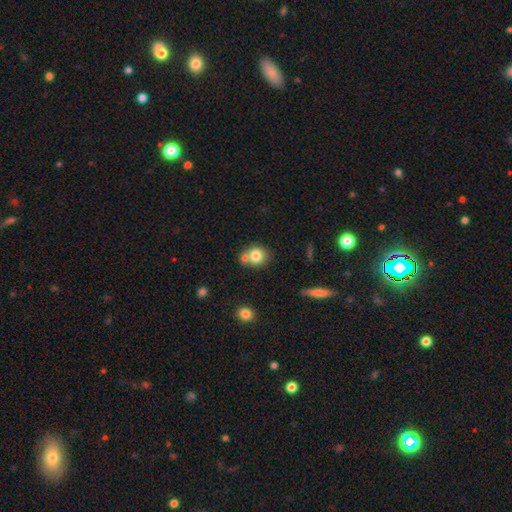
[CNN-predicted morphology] Overall: smooth (79%). How rounded: round (79%). Merging: none (58%; merger 28%).